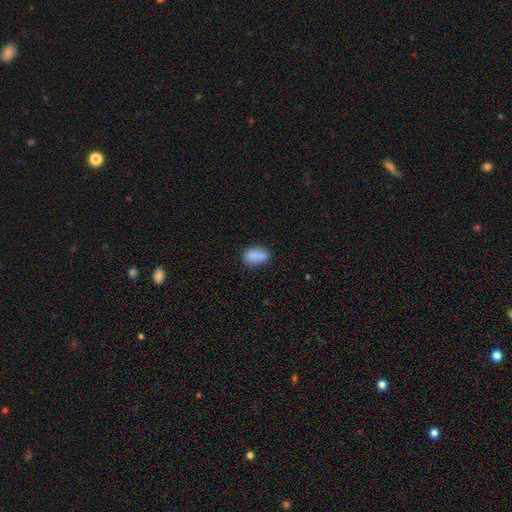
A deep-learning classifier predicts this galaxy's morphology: Smooth or featured: smooth — 82% (featured or disk — 10%)
How rounded: in between — 83% (round — 13%)
Merging: none — 65% (minor disturbance — 19%)